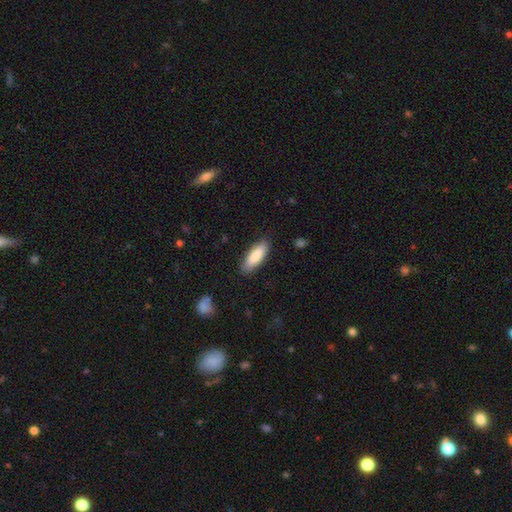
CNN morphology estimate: The model was most divided on "how rounded": in between: 61%, cigar-shaped: 38%, round: 1%. More confident: merging — none (86%); smooth or featured — smooth (85%).